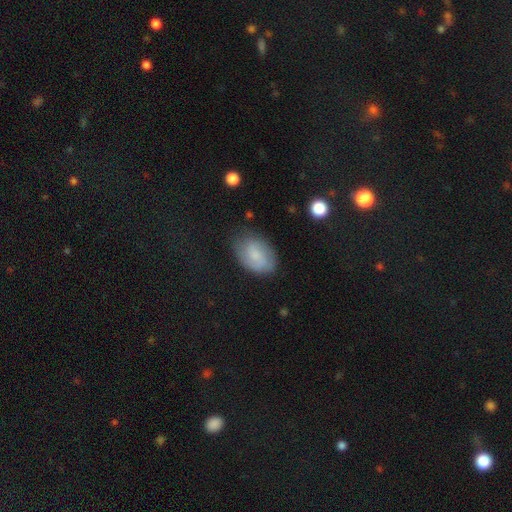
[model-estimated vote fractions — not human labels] This is possibly a smooth galaxy (60%). How rounded: clearly in between (87%). Merging: likely none (71%).